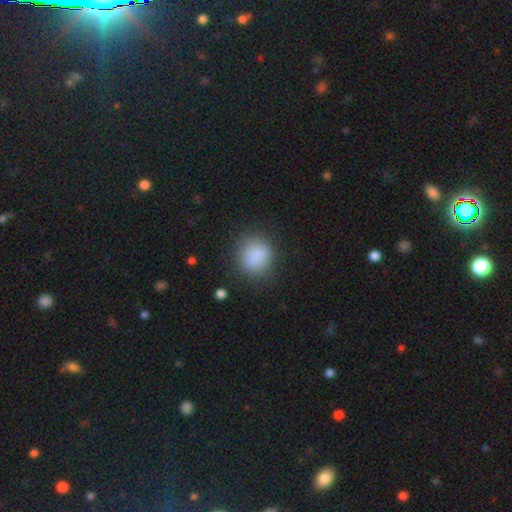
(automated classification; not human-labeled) This is clearly a smooth galaxy (86%). How rounded: likely round (80%). Merging: clearly none (82%).